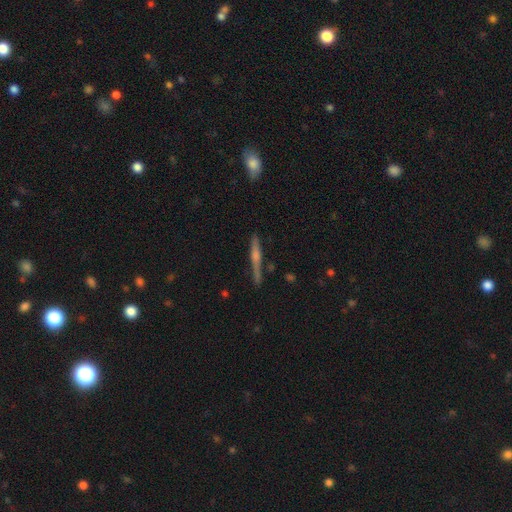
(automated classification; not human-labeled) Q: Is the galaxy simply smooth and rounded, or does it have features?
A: featured or disk — 68%.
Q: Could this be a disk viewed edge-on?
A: yes — 97%.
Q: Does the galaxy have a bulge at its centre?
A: rounded — 75%.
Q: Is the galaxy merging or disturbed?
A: none — 84%.